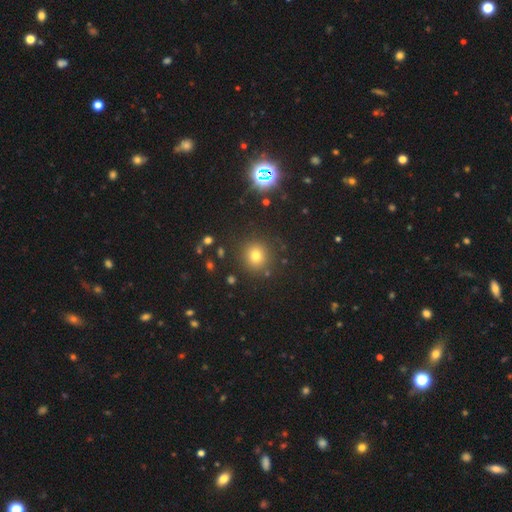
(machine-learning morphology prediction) This is likely a smooth galaxy (72%). How rounded: clearly round (90%). Merging: clearly none (87%).